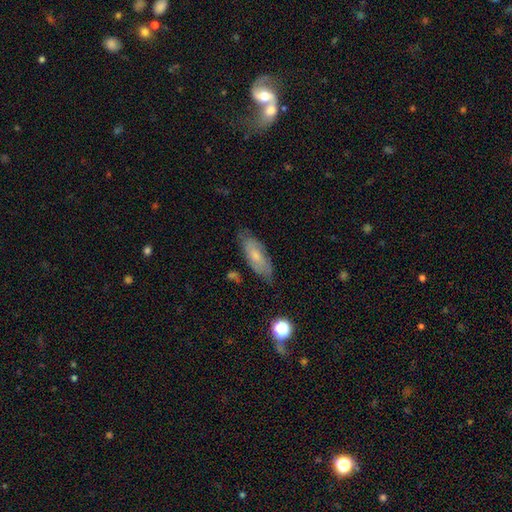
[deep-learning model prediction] The model was most divided on "smooth or featured": smooth: 53%, featured or disk: 39%, star or artifact: 7%. More confident: merging — none (73%); how rounded — in between (71%).